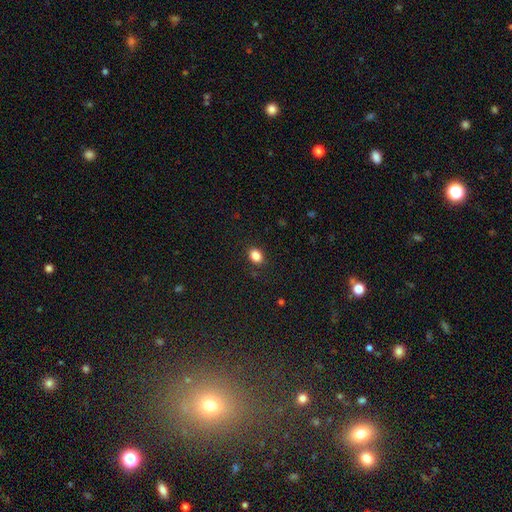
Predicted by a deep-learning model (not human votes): smooth-or-featured: smooth: 86% | star or artifact: 10% | featured or disk: 4%
  how-rounded: in between: 67% | round: 32% | cigar-shaped: 1%
  merging: none: 88% | minor disturbance: 9% | major disturbance: 2% | merger: 1%